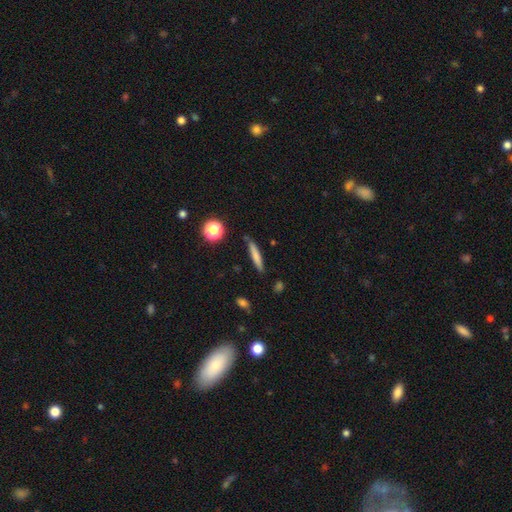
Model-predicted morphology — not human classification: A smooth galaxy with no disk features (71%) that is cigar-shaped (91%).

Vote fractions:
- Smooth or featured? smooth: 71% / featured or disk: 21% / star or artifact: 8%
- How rounded? cigar-shaped: 91% / in between: 7% / round: 2%
- Merging? none: 84% / minor disturbance: 11% / merger: 3% / major disturbance: 2%